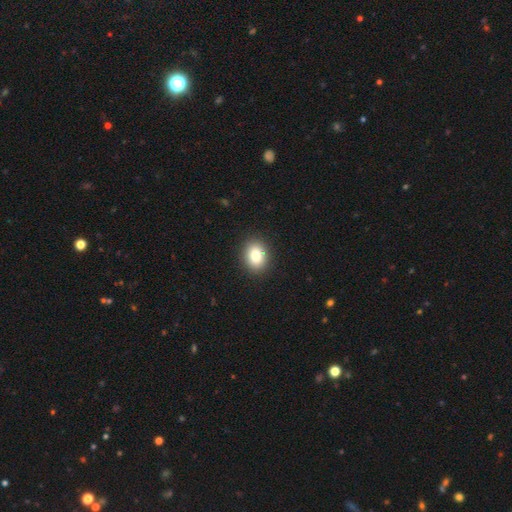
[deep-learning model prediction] Smooth or featured? smooth (83%)
How rounded? in between (50%)
Merging? none (91%)